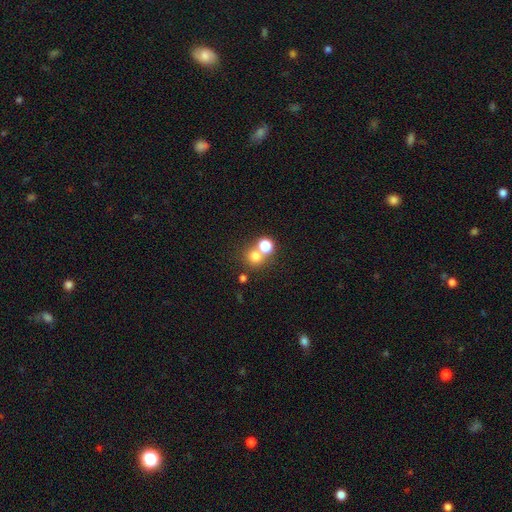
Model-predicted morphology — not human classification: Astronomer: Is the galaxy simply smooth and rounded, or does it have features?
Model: smooth — 72%.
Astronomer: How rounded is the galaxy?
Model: round — 88%.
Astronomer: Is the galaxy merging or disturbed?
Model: none — 57% (runner-up: merger, 34%).